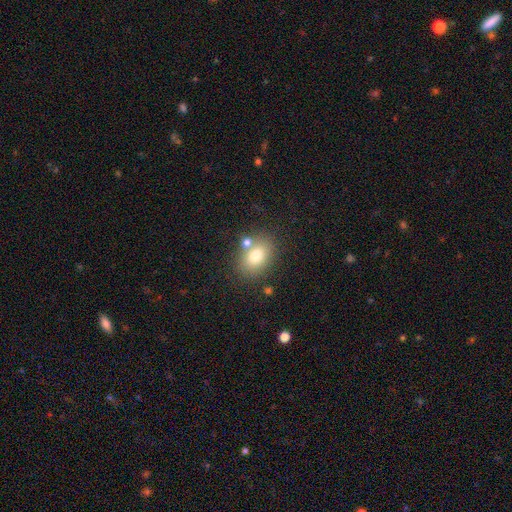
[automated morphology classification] This appears to be a smooth galaxy with no disk features (75%) that is in between round and cigar-shaped (70%). Merging: none (68%).